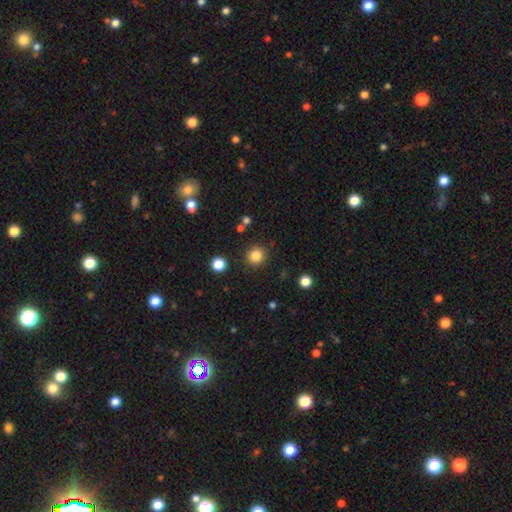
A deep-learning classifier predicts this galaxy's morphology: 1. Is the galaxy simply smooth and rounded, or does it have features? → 84% smooth, 12% star or artifact, 4% featured or disk.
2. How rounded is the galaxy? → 91% round, 8% in between, 1% cigar-shaped.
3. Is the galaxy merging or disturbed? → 88% none, 7% minor disturbance, 3% major disturbance, 3% merger.